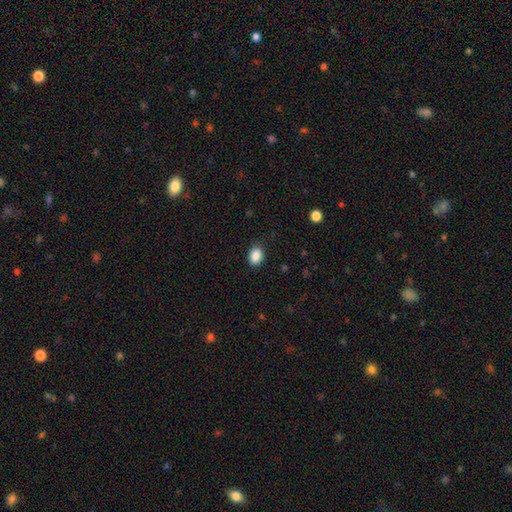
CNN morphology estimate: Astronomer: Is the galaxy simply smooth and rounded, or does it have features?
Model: smooth — 88%.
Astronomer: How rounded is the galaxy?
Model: in between — 74%.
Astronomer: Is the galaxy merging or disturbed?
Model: none — 85%.